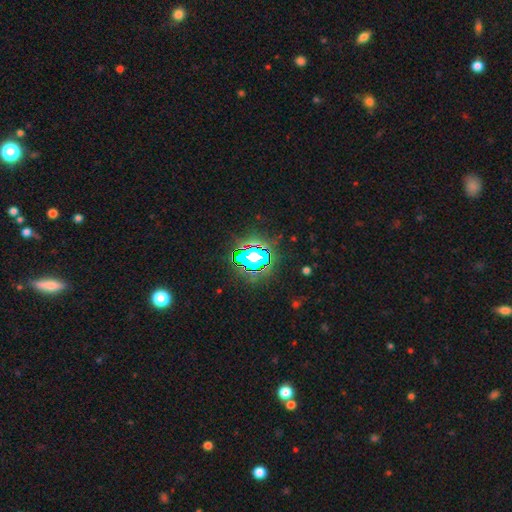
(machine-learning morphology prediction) This appears to be a star or artifact, not a galaxy (68%).